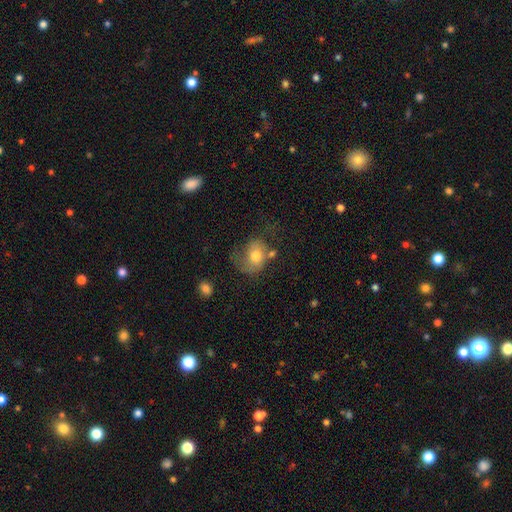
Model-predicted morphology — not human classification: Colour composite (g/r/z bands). It shows a smooth galaxy with no disk features (53%) that is in between round and cigar-shaped (53%). Merging: none (36%).